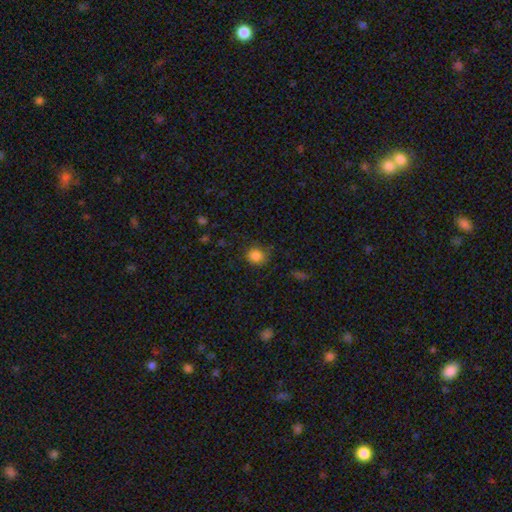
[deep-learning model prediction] Morphology: type=smooth (85%); roundness=round (82%); merging=none (79%).